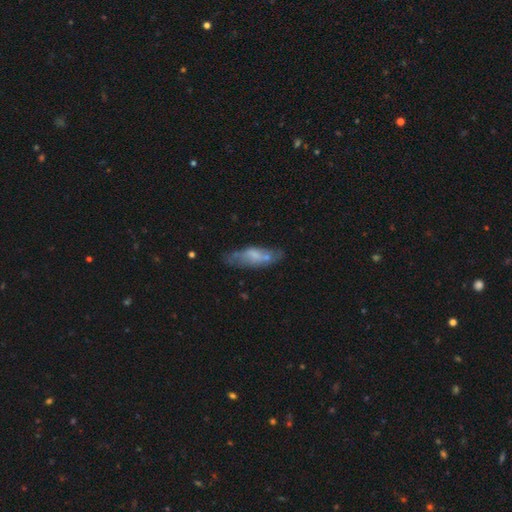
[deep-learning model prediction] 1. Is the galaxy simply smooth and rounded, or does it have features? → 52% smooth, 40% featured or disk, 8% star or artifact.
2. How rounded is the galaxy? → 53% in between, 45% cigar-shaped, 2% round.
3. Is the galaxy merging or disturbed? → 55% none, 26% minor disturbance, 12% major disturbance, 8% merger.